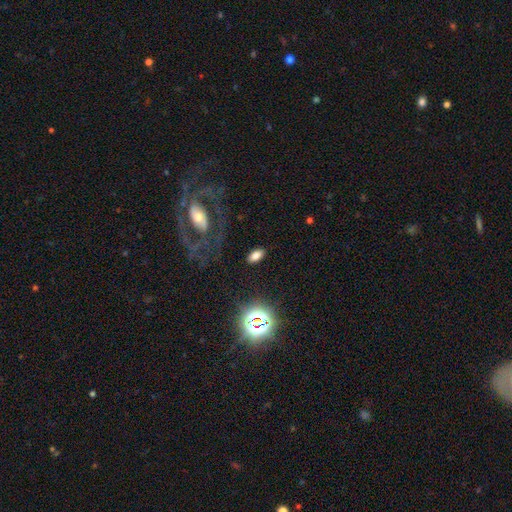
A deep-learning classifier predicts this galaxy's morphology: Smooth or featured?
  - smooth: 72% *
  - star or artifact: 17%
  - featured or disk: 11%
How rounded?
  - in between: 89% *
  - cigar-shaped: 6%
  - round: 5%
Merging?
  - none: 86% *
  - minor disturbance: 8%
  - major disturbance: 4%
  - merger: 2%